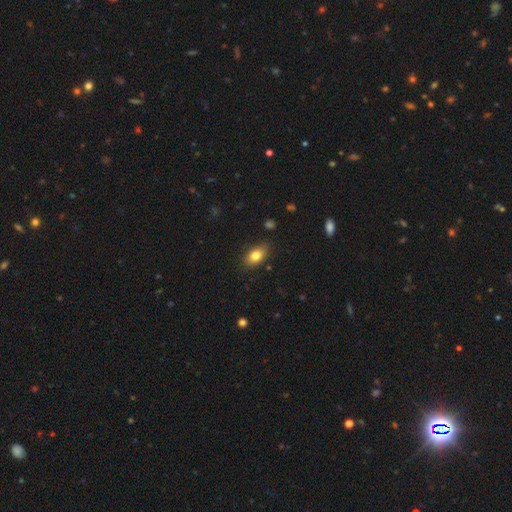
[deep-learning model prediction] Smooth or featured: smooth — 81% (featured or disk — 11%)
How rounded: in between — 85% (round — 11%)
Merging: none — 79% (minor disturbance — 17%)